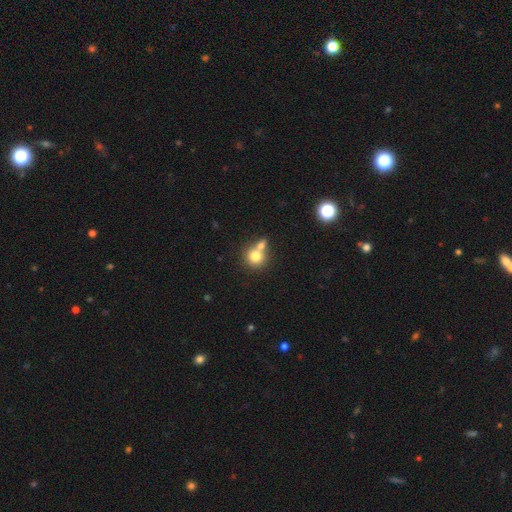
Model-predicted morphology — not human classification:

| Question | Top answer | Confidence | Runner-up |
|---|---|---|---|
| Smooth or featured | smooth | 76% | featured or disk (13%) |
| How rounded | round | 83% | in between (16%) |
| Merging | merger | 50% | none (39%) |